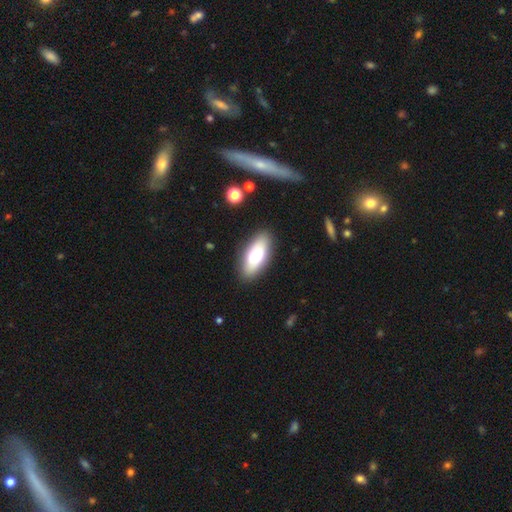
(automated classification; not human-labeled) Q: Smooth or featured?
A: smooth (66%); runner-up: featured or disk (26%)
Q: How rounded?
A: in between (80%); runner-up: cigar-shaped (17%)
Q: Merging?
A: none (87%); runner-up: minor disturbance (9%)